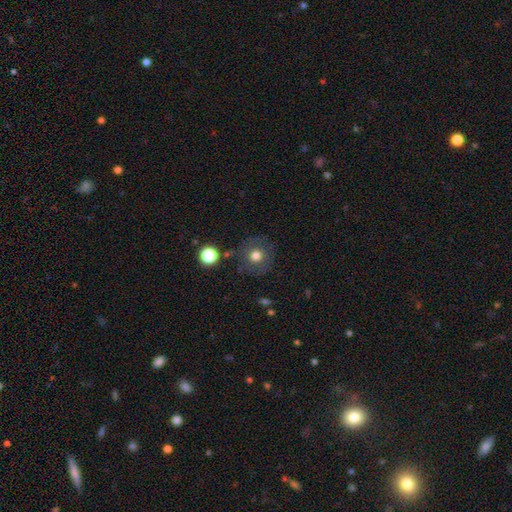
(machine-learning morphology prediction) type=smooth (72%); roundness=round (93%); merging=none (83%).